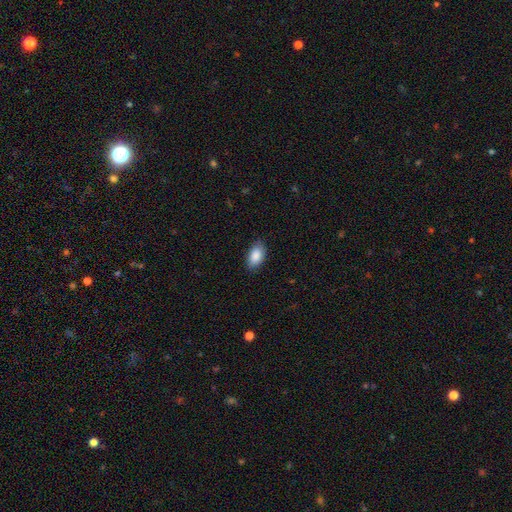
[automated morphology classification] This appears to be a smooth galaxy with no disk features (88%) that is in between round and cigar-shaped (93%). Merging: none (83%).